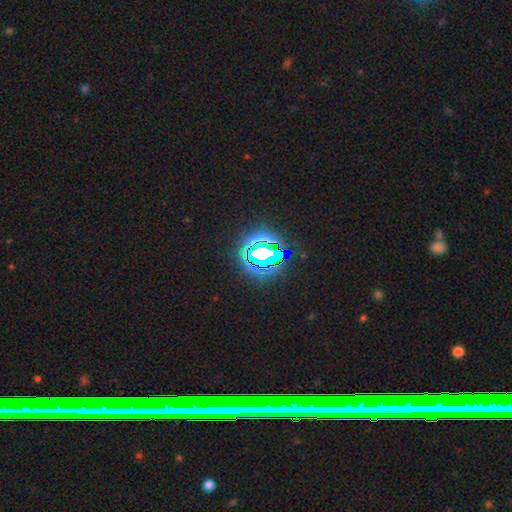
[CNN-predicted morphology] A star or artifact, not a galaxy (74%).

Vote fractions:
- Smooth or featured? star or artifact: 74% / smooth: 15% / featured or disk: 11%